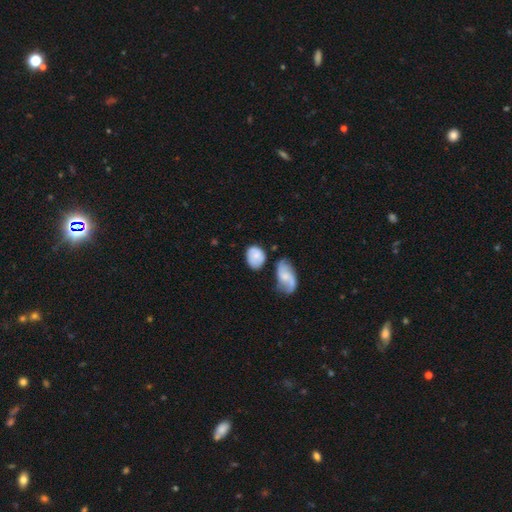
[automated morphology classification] smooth-or-featured: smooth: 66% | featured or disk: 26% | star or artifact: 8%
  how-rounded: in between: 57% | round: 42% | cigar-shaped: 1%
  merging: none: 53% | minor disturbance: 25% | merger: 14% | major disturbance: 9%